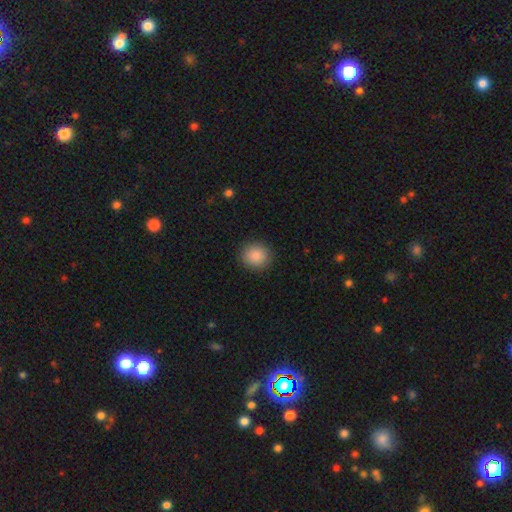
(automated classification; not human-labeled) Smooth or featured? Predicted: smooth (p=0.89). How rounded? Predicted: round (p=0.89). Merging? Predicted: none (p=0.91).